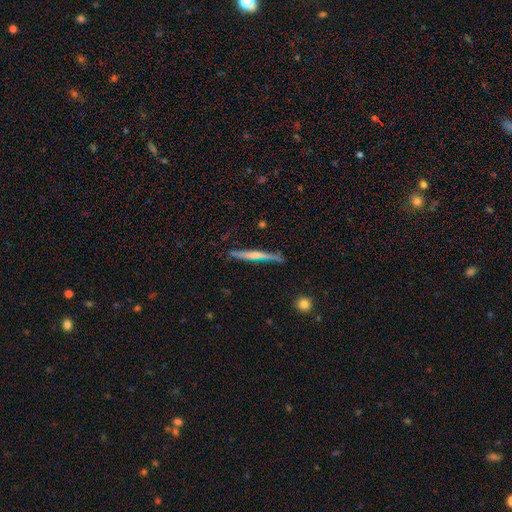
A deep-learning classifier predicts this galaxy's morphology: This is possibly a featured or disk galaxy (60%). It is clearly viewed edge-on (96%). Edge-on bulge: possibly none (46%). Merging: clearly none (82%).